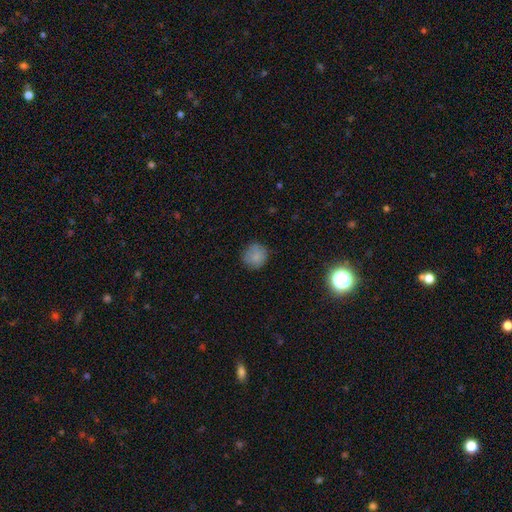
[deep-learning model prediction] Smooth or featured?
  - smooth: 83% *
  - star or artifact: 10%
  - featured or disk: 8%
How rounded?
  - round: 90% *
  - in between: 9%
  - cigar-shaped: 1%
Merging?
  - none: 81% *
  - minor disturbance: 15%
  - major disturbance: 3%
  - merger: 1%